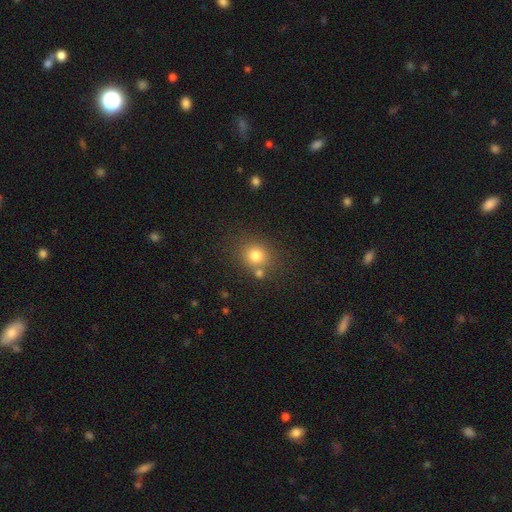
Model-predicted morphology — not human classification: Smooth or featured: smooth — 78% (star or artifact — 13%)
How rounded: round — 79% (in between — 20%)
Merging: none — 70% (merger — 15%)